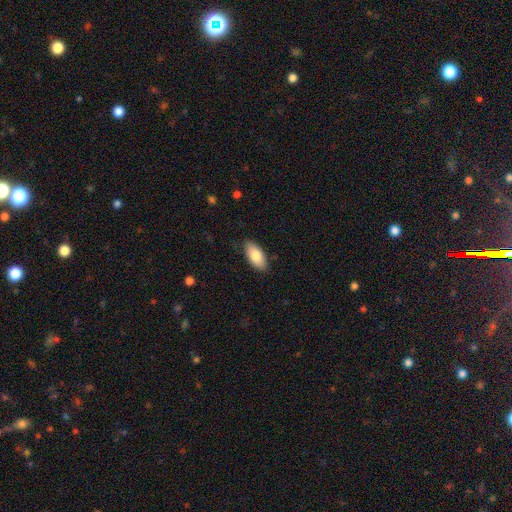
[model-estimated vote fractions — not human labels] Smooth or featured?
  - smooth: 82% *
  - featured or disk: 12%
  - star or artifact: 6%
How rounded?
  - in between: 92% *
  - cigar-shaped: 6%
  - round: 2%
Merging?
  - none: 85% *
  - minor disturbance: 12%
  - major disturbance: 2%
  - merger: 1%